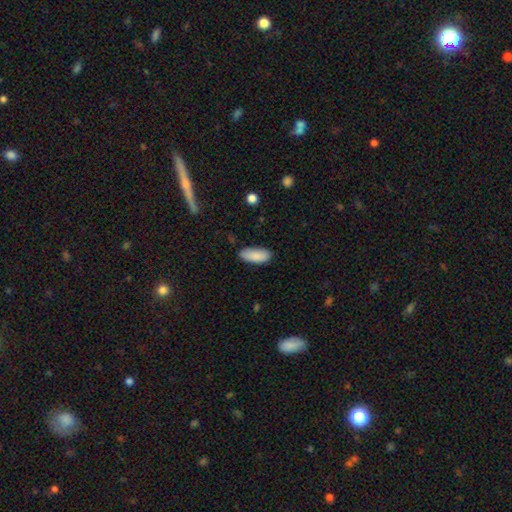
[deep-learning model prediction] The model was most divided on "how rounded": in between: 82%, cigar-shaped: 16%, round: 2%. More confident: smooth or featured — smooth (89%); merging — none (83%).